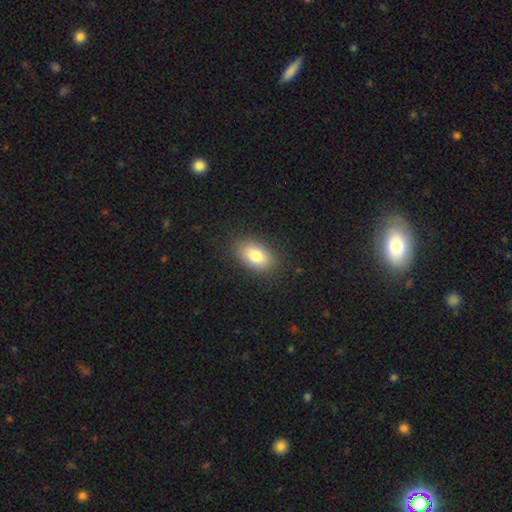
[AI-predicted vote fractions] This is clearly a smooth galaxy (80%). How rounded: clearly in between (87%). Merging: clearly none (87%).